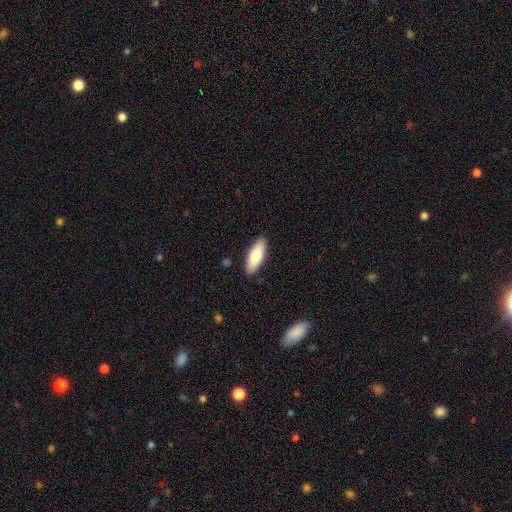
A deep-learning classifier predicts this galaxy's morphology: smooth-or-featured: smooth: 77% | featured or disk: 18% | star or artifact: 5%
  how-rounded: in between: 65% | cigar-shaped: 33% | round: 2%
  merging: none: 88% | minor disturbance: 9% | major disturbance: 2% | merger: 1%